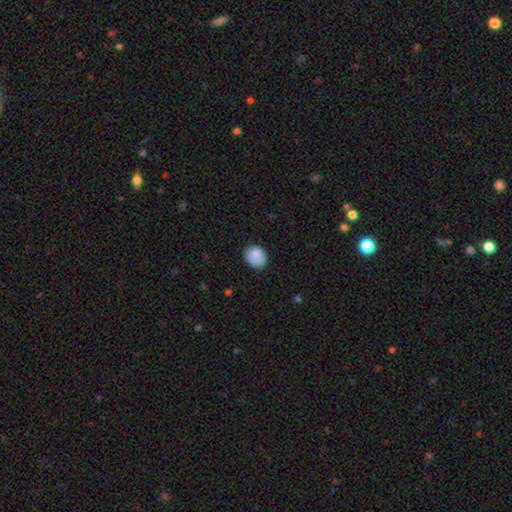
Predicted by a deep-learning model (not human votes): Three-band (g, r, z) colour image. It shows a smooth galaxy with no disk features (85%) that is round (53%). Merging: none (75%).